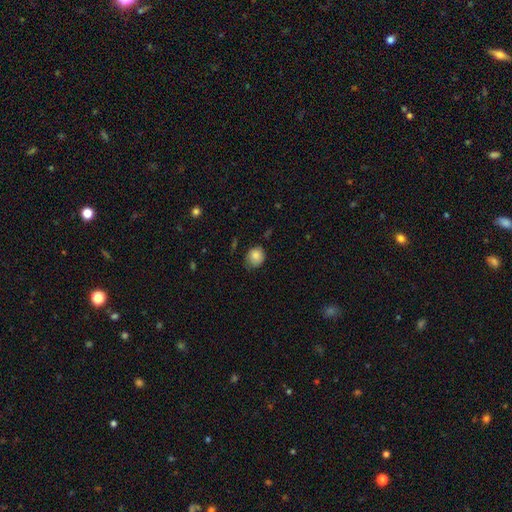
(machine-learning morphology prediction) Smooth or featured? smooth (84%)
How rounded? round (66%)
Merging? none (63%)